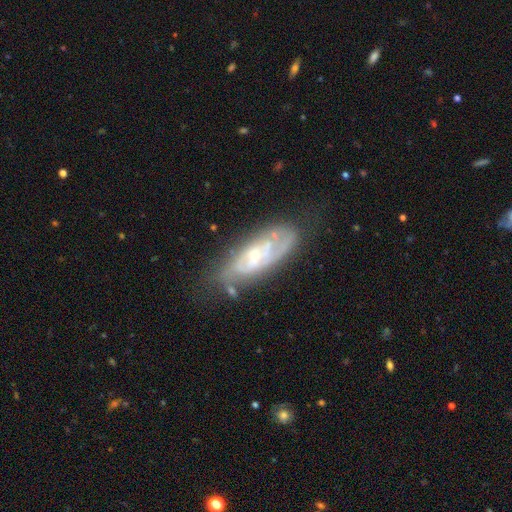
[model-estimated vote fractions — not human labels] Smooth or featured? featured or disk (71%)
Edge-on disk? no (82%)
Bar? no (54%)
Spiral arms? yes (73%)
Bulge size? small (42%)
Merging? none (59%)